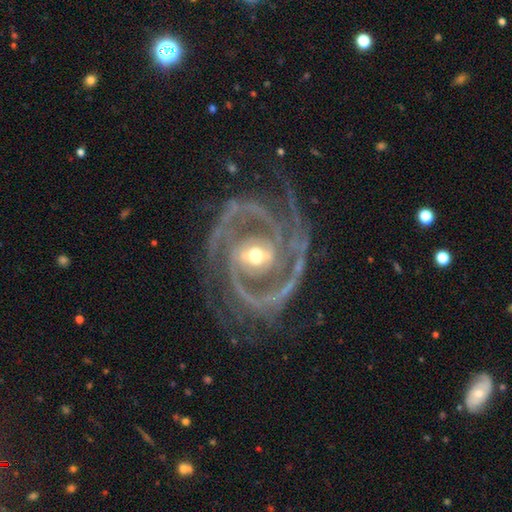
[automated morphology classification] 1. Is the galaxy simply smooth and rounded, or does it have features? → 91% featured or disk, 5% star or artifact, 4% smooth.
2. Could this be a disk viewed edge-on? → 97% no, 3% yes.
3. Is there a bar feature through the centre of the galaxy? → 43% strong, 35% weak, 22% no.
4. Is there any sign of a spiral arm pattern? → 95% yes, 5% no.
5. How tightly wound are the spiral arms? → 47% medium, 34% tight, 19% loose.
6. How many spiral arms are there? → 64% 2, 10% 3, 9% can't tell, 6% 1, 6% 4, 5% more than 4.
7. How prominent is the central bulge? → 58% moderate, 32% small, 7% large, 1% dominant, 1% none.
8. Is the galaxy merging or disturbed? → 64% none, 18% major disturbance, 16% minor disturbance, 3% merger.